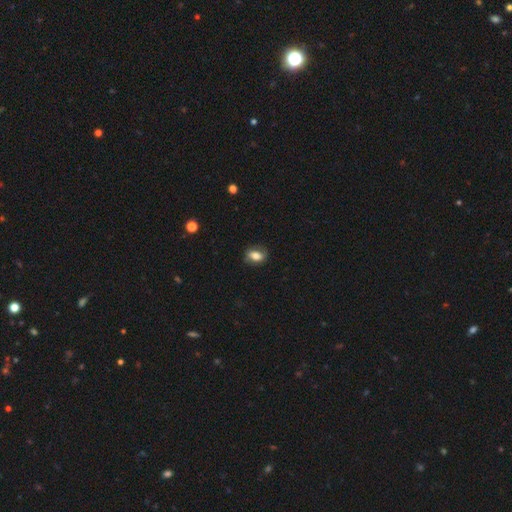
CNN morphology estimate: This appears to be a smooth galaxy with no disk features (65%) that is in between round and cigar-shaped (75%). Merging: none (76%).